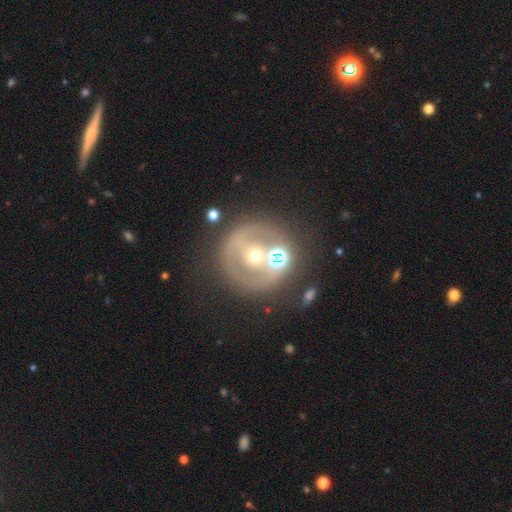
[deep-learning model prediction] featured or disk 57%, smooth 30%, star or artifact 13%. Down the decision tree: edge-on disk — no (96%); bar — no (70%); spiral arms — no (71%); bulge size — moderate (58%); merging — none (64%).